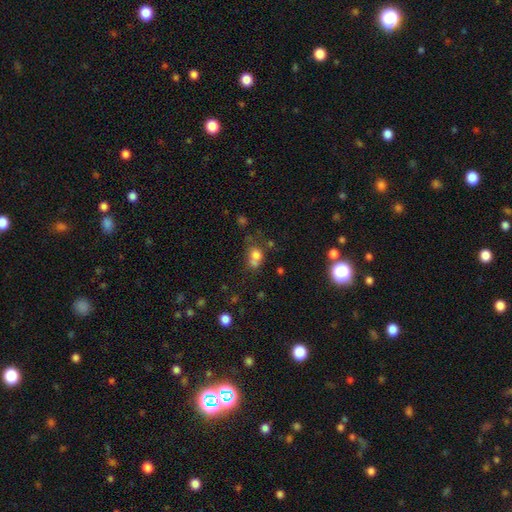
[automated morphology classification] The model was most divided on "merging": merger: 41%, none: 35%, minor disturbance: 15%, major disturbance: 9%. More confident: smooth or featured — smooth (71%); how rounded — round (60%).